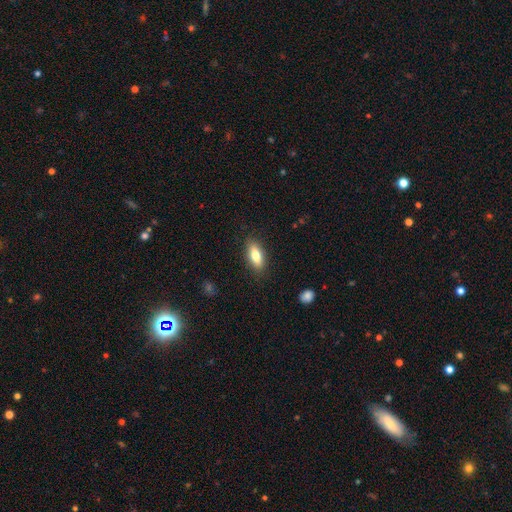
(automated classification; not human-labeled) Overall: smooth (77%). How rounded: in between (74%). Merging: none (87%).